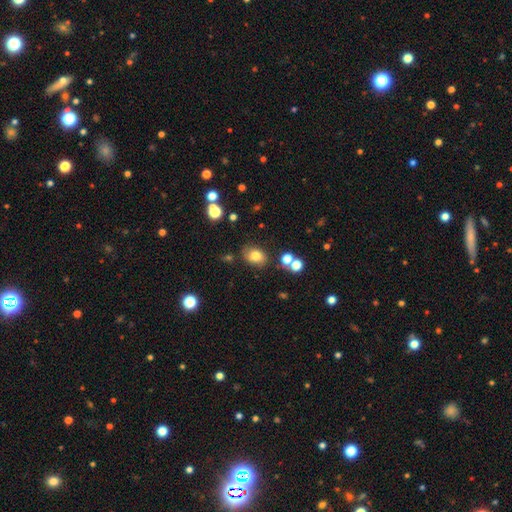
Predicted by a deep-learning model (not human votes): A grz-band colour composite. It shows a smooth galaxy with no disk features (78%) that is in between round and cigar-shaped (67%). Merging: none (78%).